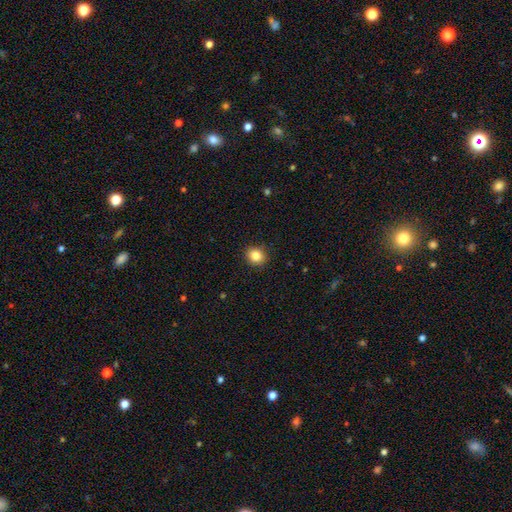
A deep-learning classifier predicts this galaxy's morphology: smooth_or_featured: smooth (p=0.85) [alt: star or artifact p=0.10]
how_rounded: round (p=0.77) [alt: in between p=0.22]
merging: none (p=0.90) [alt: minor disturbance p=0.07]